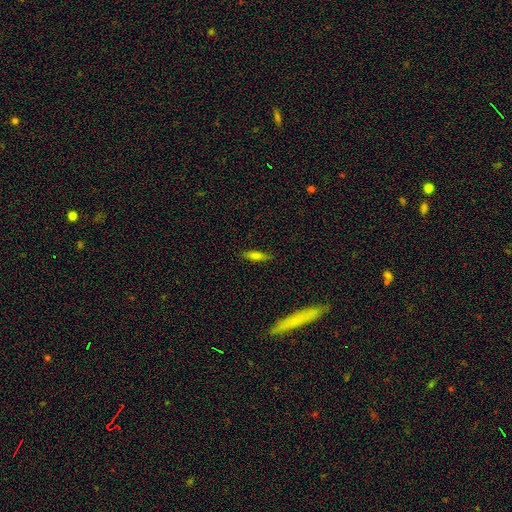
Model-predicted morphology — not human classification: Overall: smooth (67%). How rounded: cigar-shaped (62%; in between 36%). Merging: none (85%).